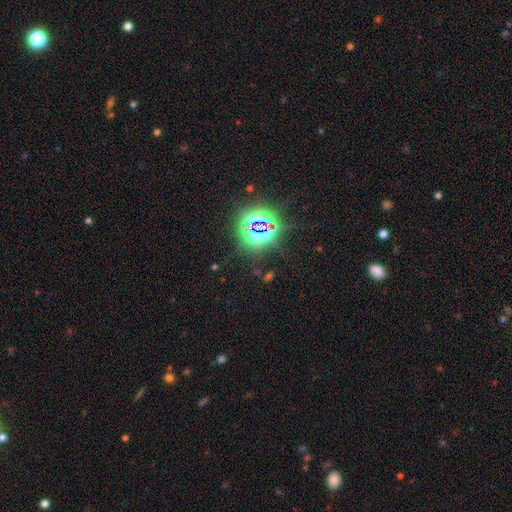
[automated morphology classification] The model was most divided on "smooth or featured": star or artifact: 82%, smooth: 11%, featured or disk: 7%.